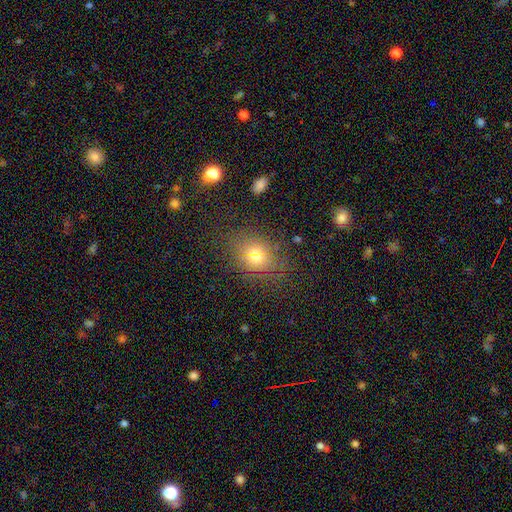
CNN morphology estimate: Smooth or featured?
  - smooth: 65% *
  - star or artifact: 22%
  - featured or disk: 13%
How rounded?
  - in between: 52% *
  - round: 46%
  - cigar-shaped: 2%
Merging?
  - none: 78% *
  - minor disturbance: 12%
  - major disturbance: 5%
  - merger: 4%